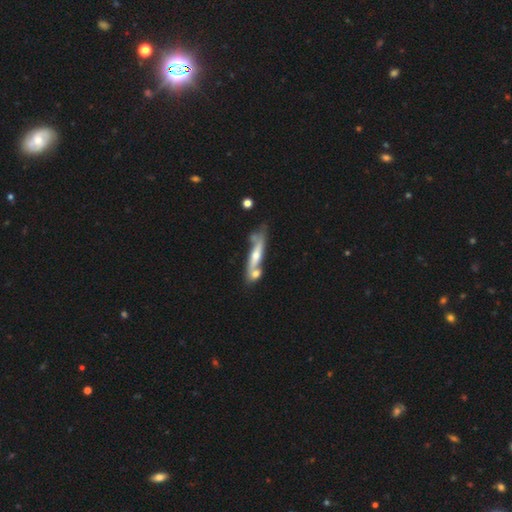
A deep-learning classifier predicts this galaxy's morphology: Q: Smooth or featured?
A: featured or disk (63%); runner-up: smooth (30%)
Q: Edge-on disk?
A: yes (66%); runner-up: no (34%)
Q: Merging?
A: none (38%); runner-up: merger (36%)